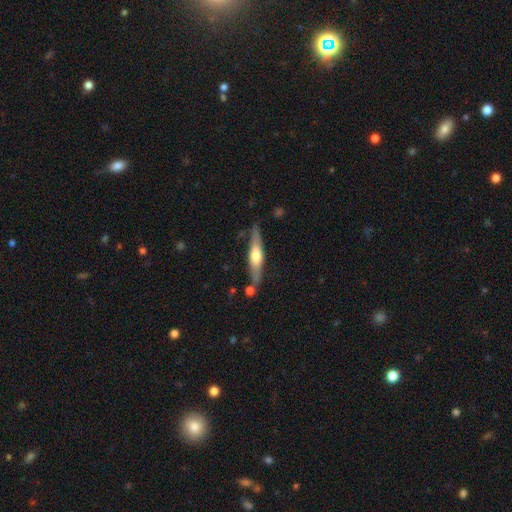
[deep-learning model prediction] A featured or disk galaxy (55%) viewed edge-on (91%) with a rounded central bulge (86%). Merging: none (77%).